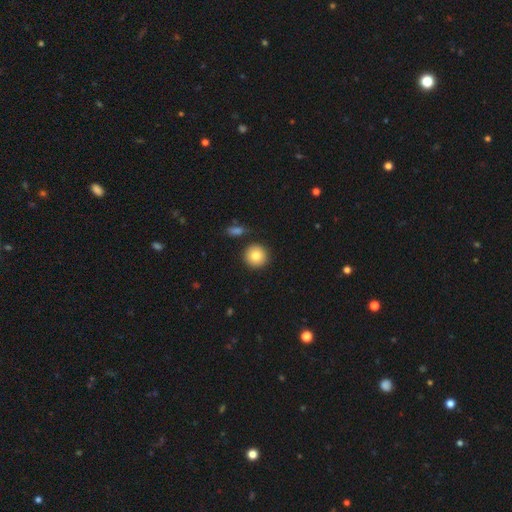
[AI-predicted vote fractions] Morphology: type=smooth (83%); roundness=round (95%); merging=none (87%).